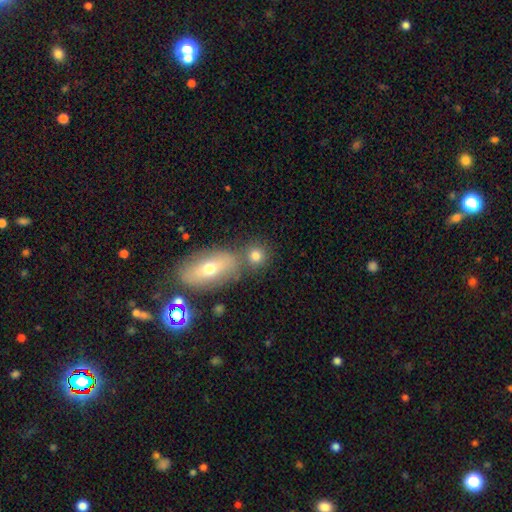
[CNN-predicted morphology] type=smooth (76%); roundness=round (77%); merging=none (63%).